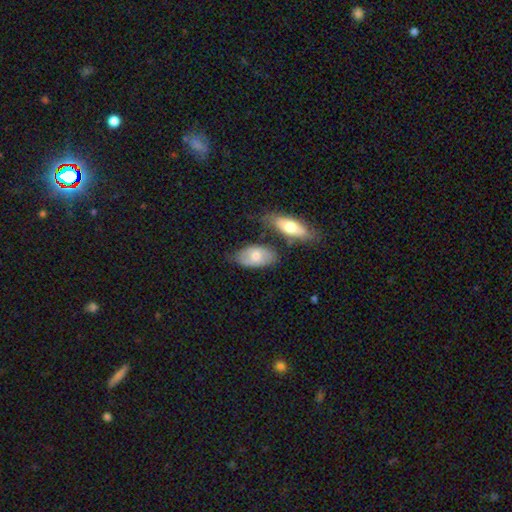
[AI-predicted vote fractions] The model was most divided on "smooth or featured": smooth: 64%, featured or disk: 30%, star or artifact: 6%. More confident: how rounded — in between (91%); merging — none (60%).